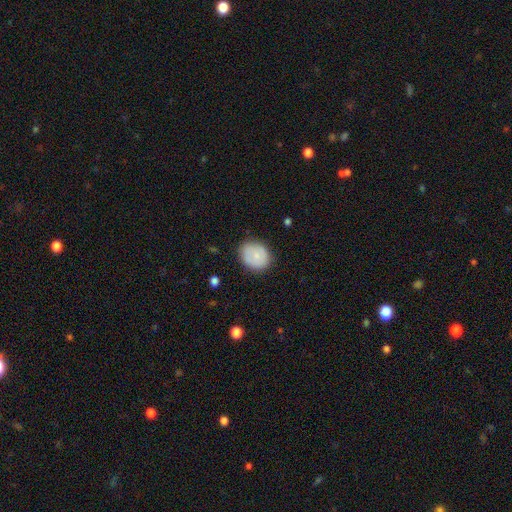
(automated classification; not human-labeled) Smooth or featured?
  - smooth: 73% *
  - featured or disk: 20%
  - star or artifact: 7%
How rounded?
  - round: 56% *
  - in between: 43%
  - cigar-shaped: 1%
Merging?
  - none: 78% *
  - minor disturbance: 16%
  - major disturbance: 4%
  - merger: 1%